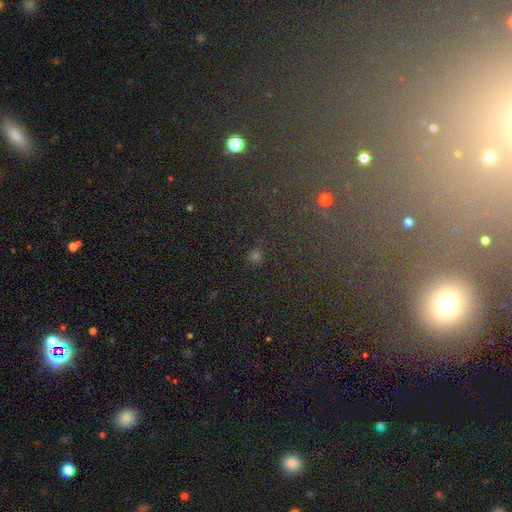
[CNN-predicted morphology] Smooth or featured? smooth (47%)
Merging? none (85%)